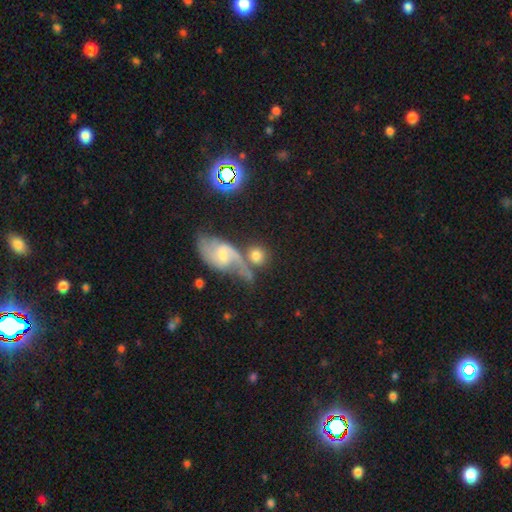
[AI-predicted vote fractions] Smooth or featured?
  - smooth: 66% *
  - featured or disk: 25%
  - star or artifact: 10%
How rounded?
  - round: 79% *
  - in between: 18%
  - cigar-shaped: 3%
Merging?
  - none: 52% *
  - merger: 28%
  - minor disturbance: 12%
  - major disturbance: 8%